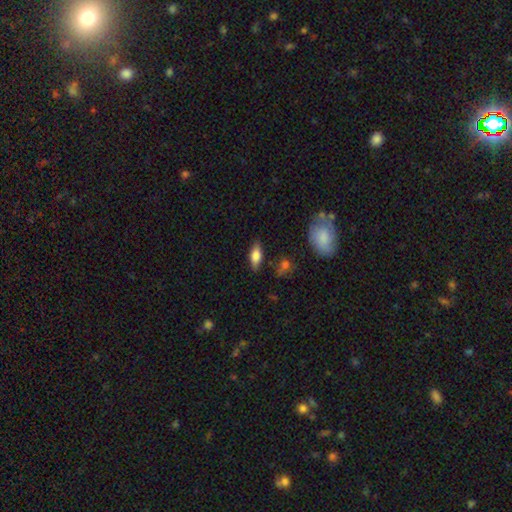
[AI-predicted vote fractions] A smooth galaxy with no disk features (73%) that is in between round and cigar-shaped (78%). Merging: none (81%).